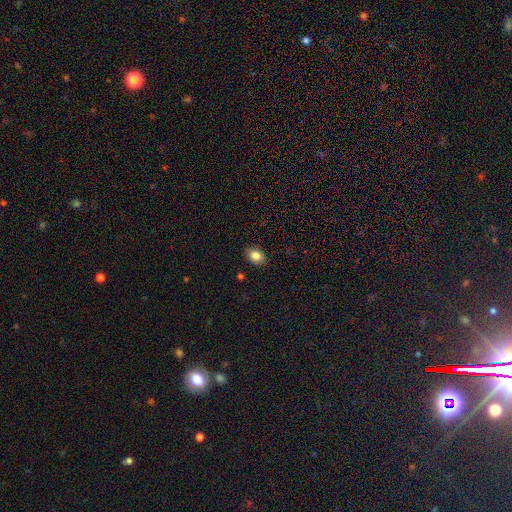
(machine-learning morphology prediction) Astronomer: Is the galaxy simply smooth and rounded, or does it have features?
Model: smooth — 83%.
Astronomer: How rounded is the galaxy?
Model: in between — 71%.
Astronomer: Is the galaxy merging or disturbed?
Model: none — 88%.